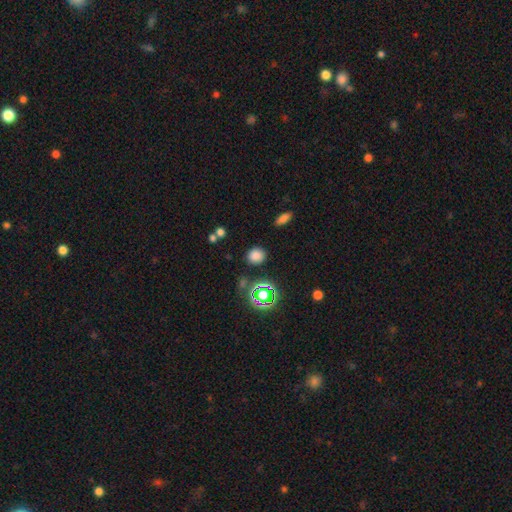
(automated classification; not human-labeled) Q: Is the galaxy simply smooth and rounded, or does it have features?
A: smooth — 75%.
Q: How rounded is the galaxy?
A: round — 76%.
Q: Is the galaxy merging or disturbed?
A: none — 86%.